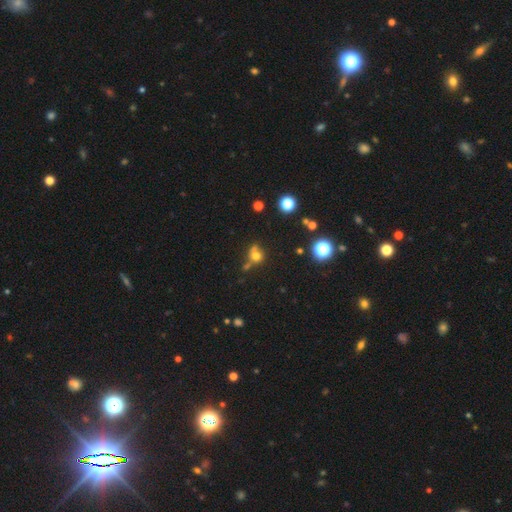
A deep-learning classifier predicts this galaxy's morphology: This appears to be a smooth galaxy with no disk features (66%) that is round (83%). Merging: none (48%).